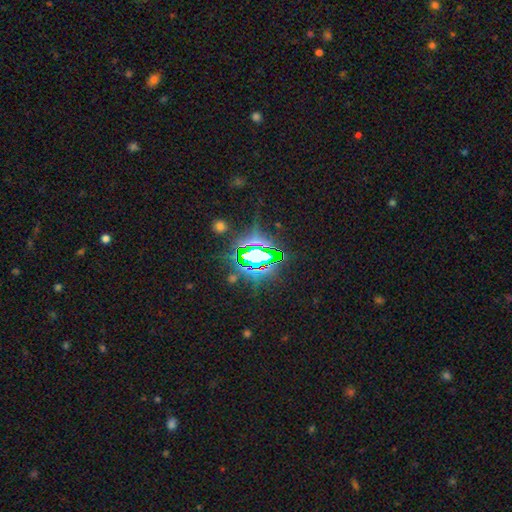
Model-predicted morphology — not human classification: Smooth or featured? Predicted: star or artifact (p=0.79).